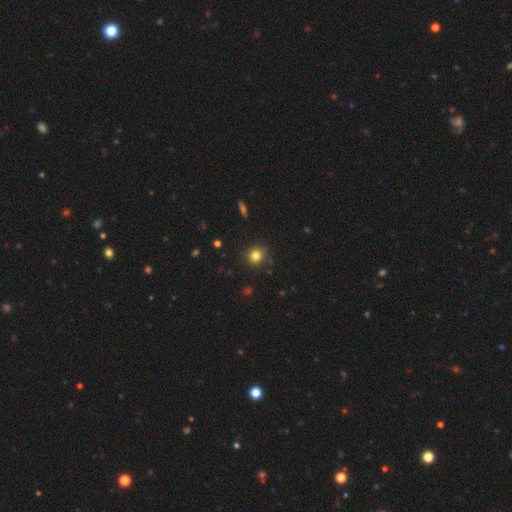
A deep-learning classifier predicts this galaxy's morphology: This is clearly a smooth galaxy (81%). How rounded: clearly round (87%). Merging: clearly none (86%).